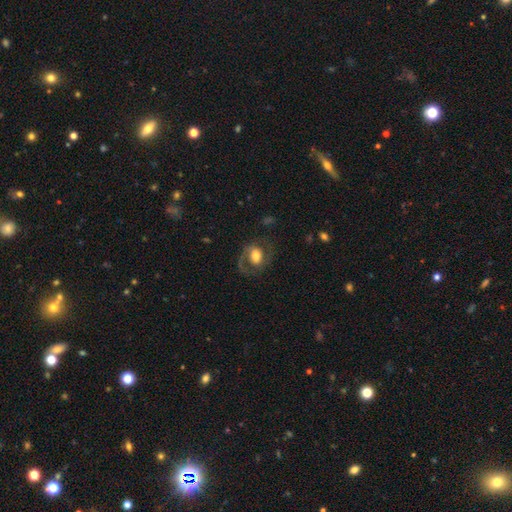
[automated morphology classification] The model was most divided on "bar": no: 48%, weak: 37%, strong: 15%. More confident: edge-on disk — no (97%); spiral arms — yes (84%); spiral arm count — 2 (76%); smooth or featured — featured or disk (66%); merging — none (65%); bulge size — moderate (53%); spiral winding — medium (51%).